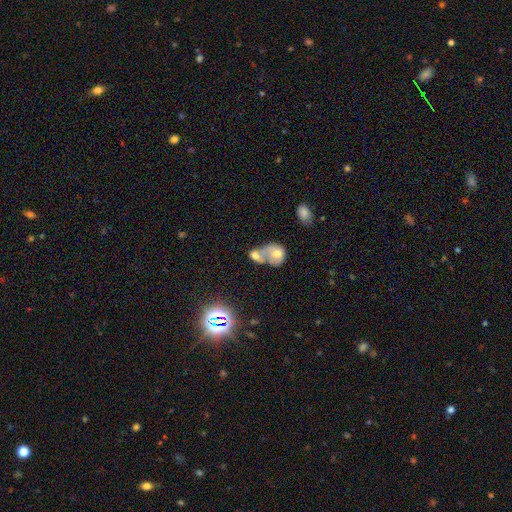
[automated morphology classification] type=smooth (58%); roundness=in between (52%); merging=merger (71%).